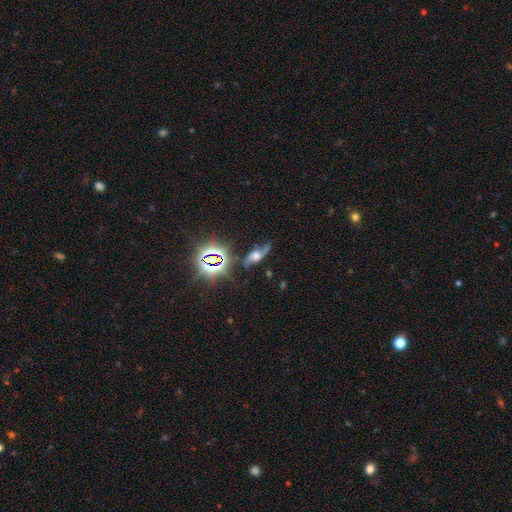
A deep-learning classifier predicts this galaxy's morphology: Smooth or featured? featured or disk (57%)
Edge-on disk? no (67%)
Merging? none (57%)